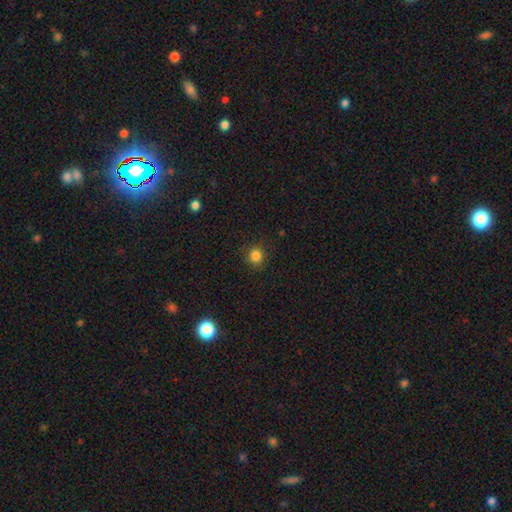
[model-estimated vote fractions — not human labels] smooth 84%, star or artifact 12%, featured or disk 4%. Down the decision tree: how rounded — round (90%); merging — none (88%).